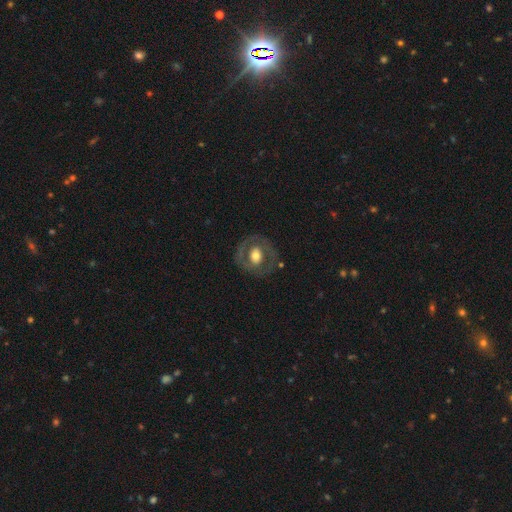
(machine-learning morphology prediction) This is possibly a featured or disk galaxy (54%). It is clearly not viewed edge-on (95%). Bar: likely no (69%). Spiral arm pattern: likely no (79%). Central bulge: possibly moderate (57%). Merging: likely none (76%).